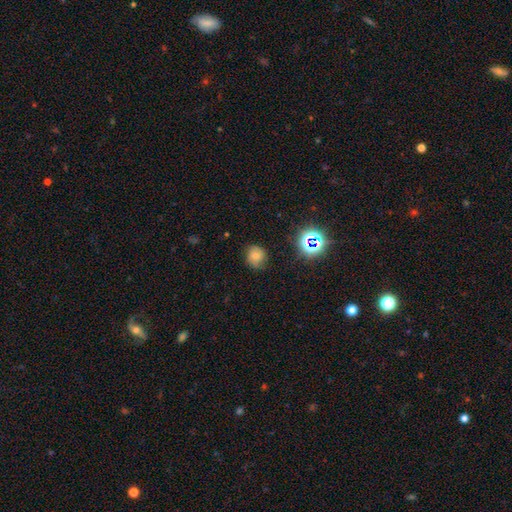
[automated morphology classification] Smooth or featured? smooth (62%)
How rounded? round (80%)
Merging? none (69%)